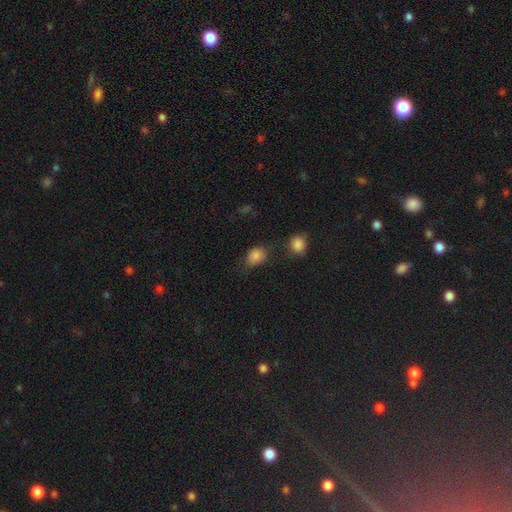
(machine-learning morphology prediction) Smooth or featured: smooth — 83% (star or artifact — 11%)
How rounded: in between — 62% (round — 36%)
Merging: none — 61% (minor disturbance — 23%)